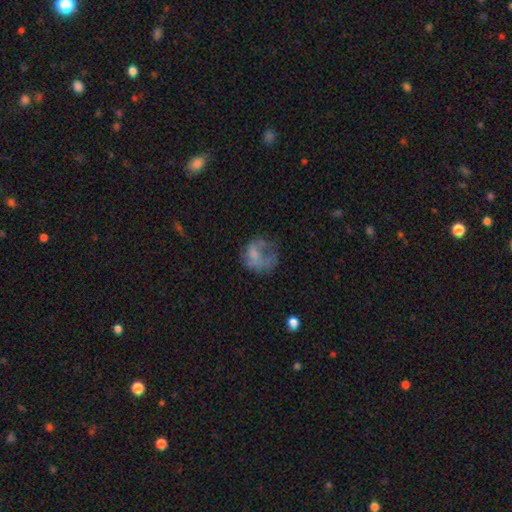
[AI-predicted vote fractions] This is possibly a smooth galaxy (47%). Merging: marginally major disturbance (40%).